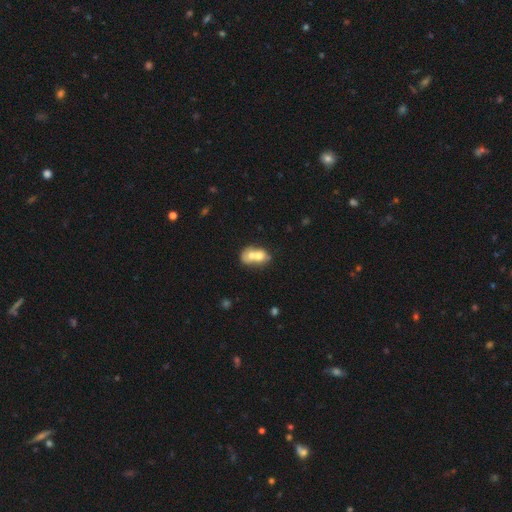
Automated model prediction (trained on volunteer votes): This appears to be a smooth galaxy with no disk features (62%) that is in between round and cigar-shaped (57%). Merging: merger (75%).